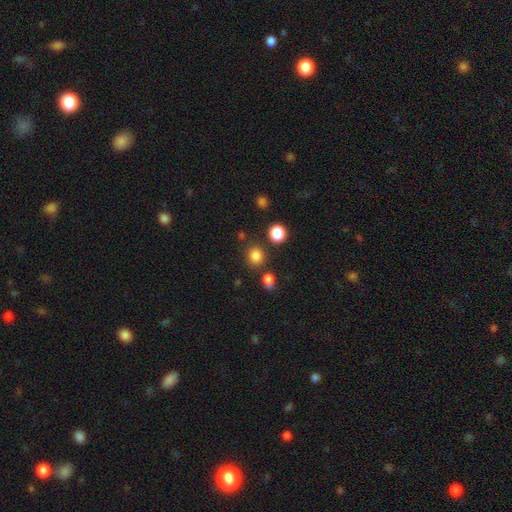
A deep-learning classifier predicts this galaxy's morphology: Overall: smooth (82%). How rounded: round (81%). Merging: none (80%).